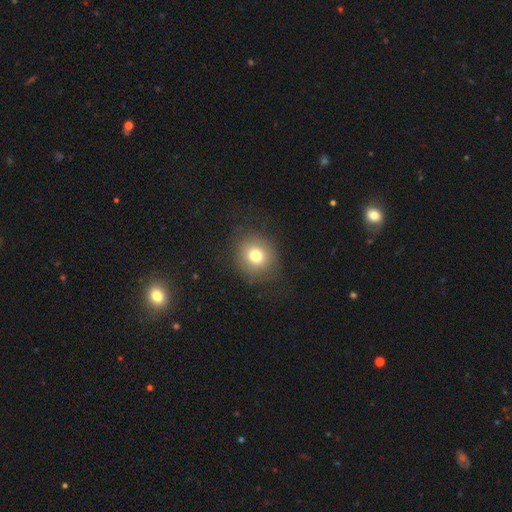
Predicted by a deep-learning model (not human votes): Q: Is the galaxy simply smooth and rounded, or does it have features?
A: smooth — 75%.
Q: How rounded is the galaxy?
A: round — 84%.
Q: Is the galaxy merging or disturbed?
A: none — 81%.